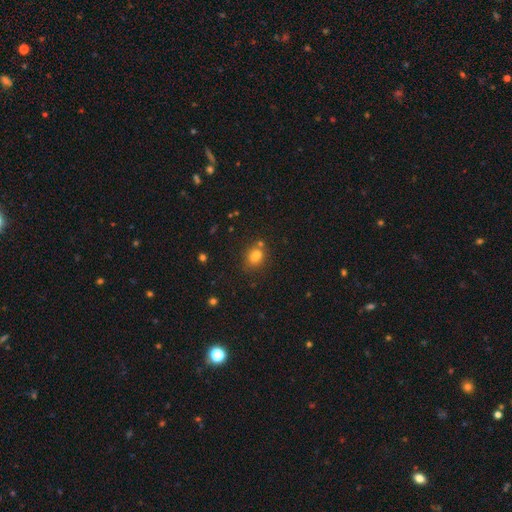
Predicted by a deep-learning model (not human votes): Smooth or featured? smooth (73%)
How rounded? in between (55%)
Merging? none (54%)